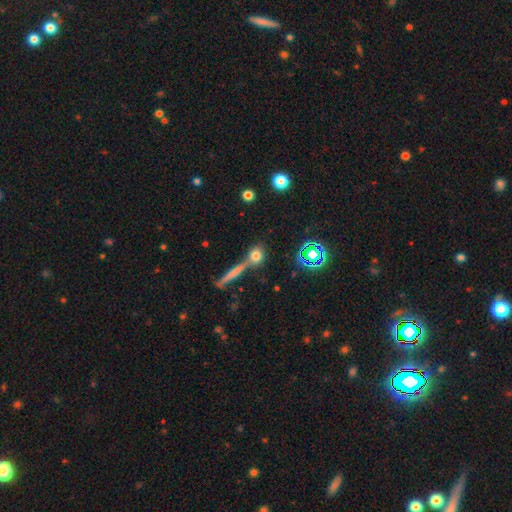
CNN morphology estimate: Smooth or featured? Predicted: smooth (p=0.69). How rounded? Predicted: round (p=0.73). Merging? Predicted: none (p=0.61).